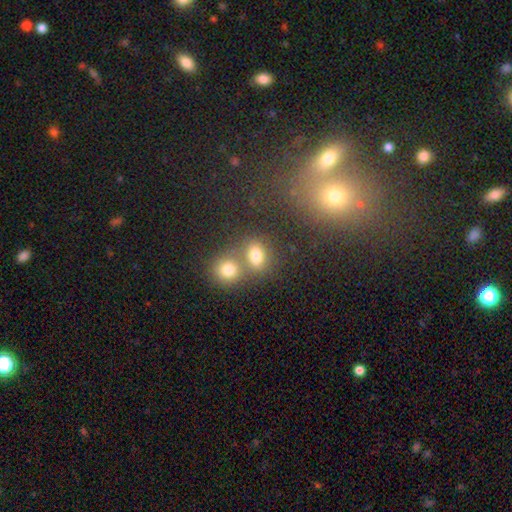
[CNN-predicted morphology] Smooth or featured? smooth (75%)
How rounded? round (54%)
Merging? merger (45%)